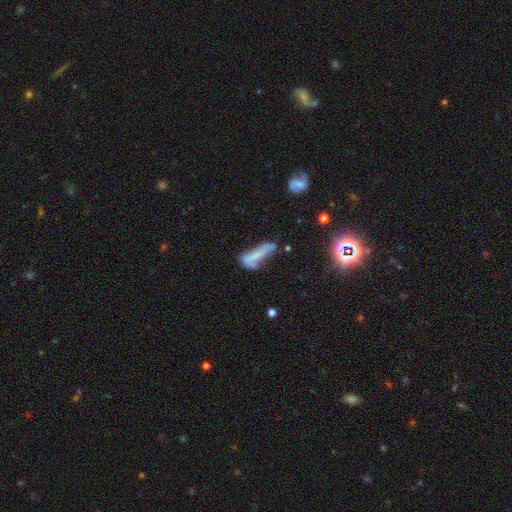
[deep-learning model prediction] Overall: smooth (51%; featured or disk 36%). How rounded: cigar-shaped (58%; in between 39%). Merging: none (29%; major disturbance 28%).